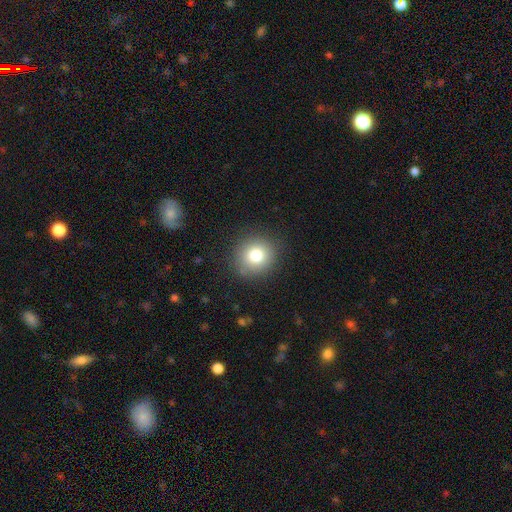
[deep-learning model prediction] The model was most divided on "smooth or featured": smooth: 79%, star or artifact: 11%, featured or disk: 10%. More confident: how rounded — round (89%); merging — none (87%).